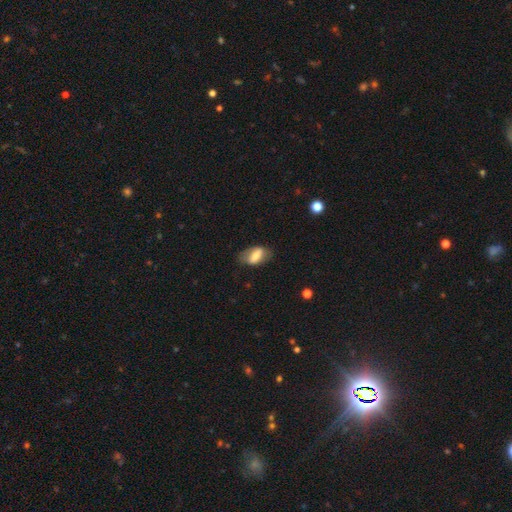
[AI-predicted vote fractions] smooth_or_featured: smooth (p=0.58) [alt: featured or disk p=0.35]
how_rounded: in between (p=0.88) [alt: round p=0.06]
merging: none (p=0.71) [alt: minor disturbance p=0.20]